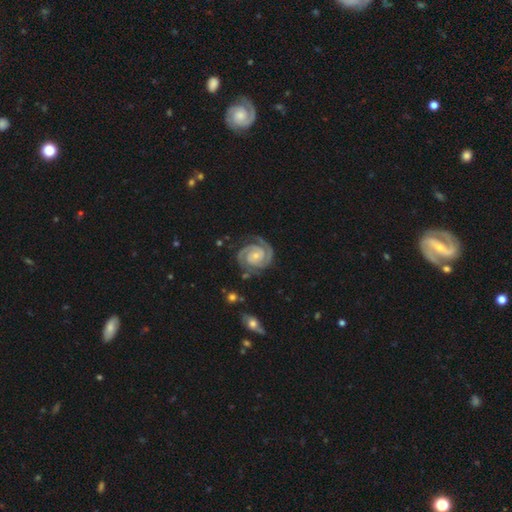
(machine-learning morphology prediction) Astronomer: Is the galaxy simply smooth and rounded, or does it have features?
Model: featured or disk — 92%.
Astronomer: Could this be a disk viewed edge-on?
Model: no — 98%.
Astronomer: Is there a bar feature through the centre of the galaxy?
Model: no — 67%.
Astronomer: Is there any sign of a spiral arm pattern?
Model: yes — 99%.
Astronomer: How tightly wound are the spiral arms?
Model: tight — 75%.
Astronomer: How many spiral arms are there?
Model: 2 — 87%.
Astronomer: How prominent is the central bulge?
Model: small — 69%.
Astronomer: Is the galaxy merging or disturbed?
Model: none — 79%.